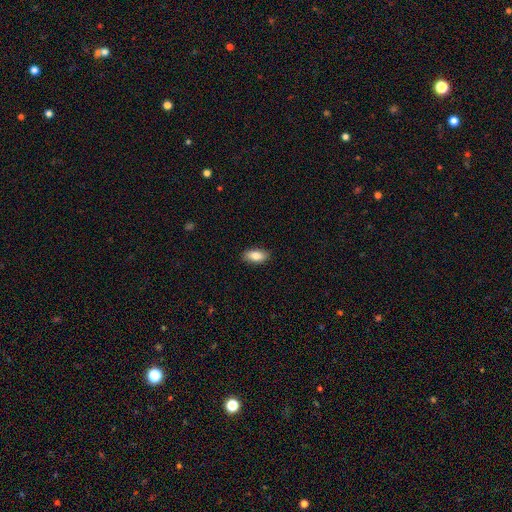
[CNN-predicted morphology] Overall: smooth (84%). How rounded: in between (90%). Merging: none (88%).